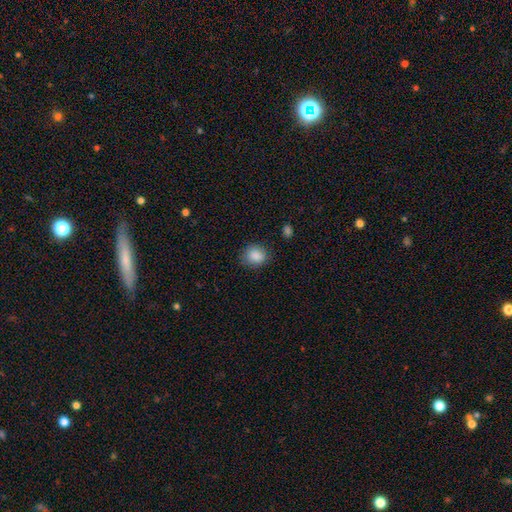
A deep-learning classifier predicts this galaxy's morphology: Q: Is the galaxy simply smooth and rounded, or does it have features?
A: smooth — 87%.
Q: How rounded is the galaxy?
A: round — 64%.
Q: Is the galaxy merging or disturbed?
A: none — 79%.